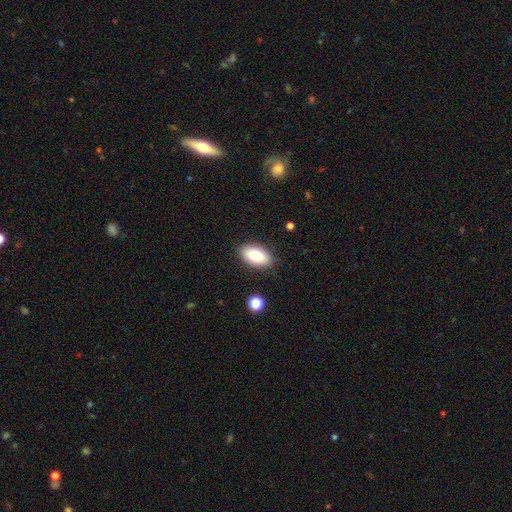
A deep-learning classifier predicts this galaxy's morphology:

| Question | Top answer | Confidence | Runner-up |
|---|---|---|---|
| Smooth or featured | smooth | 83% | featured or disk (9%) |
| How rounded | in between | 93% | round (4%) |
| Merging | none | 87% | minor disturbance (9%) |